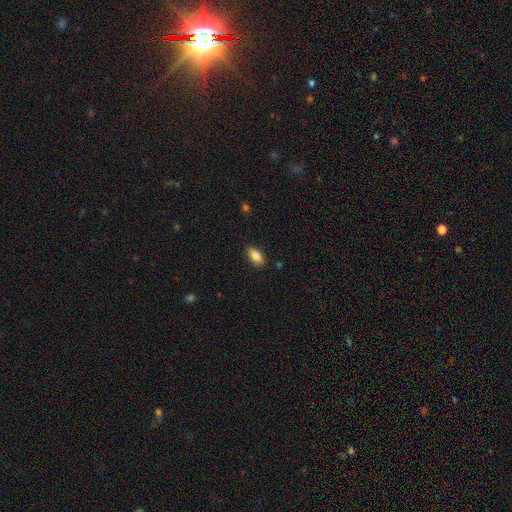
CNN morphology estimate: The model was most divided on "merging": none: 87%, minor disturbance: 10%, major disturbance: 2%, merger: 1%. More confident: how rounded — in between (91%); smooth or featured — smooth (86%).